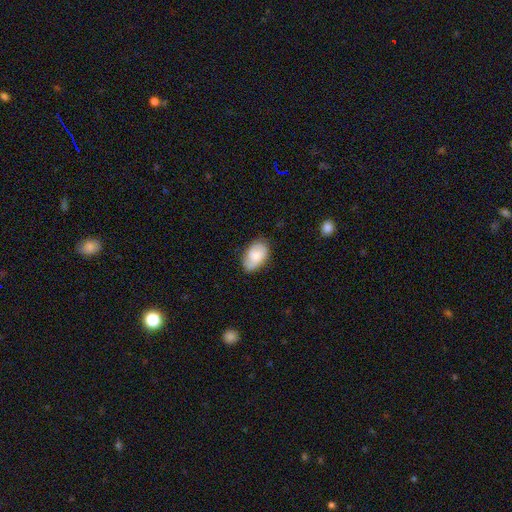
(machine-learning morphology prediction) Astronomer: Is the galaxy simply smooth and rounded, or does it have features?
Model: smooth — 68%.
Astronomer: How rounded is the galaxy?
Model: in between — 92%.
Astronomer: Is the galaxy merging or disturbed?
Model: none — 73%.